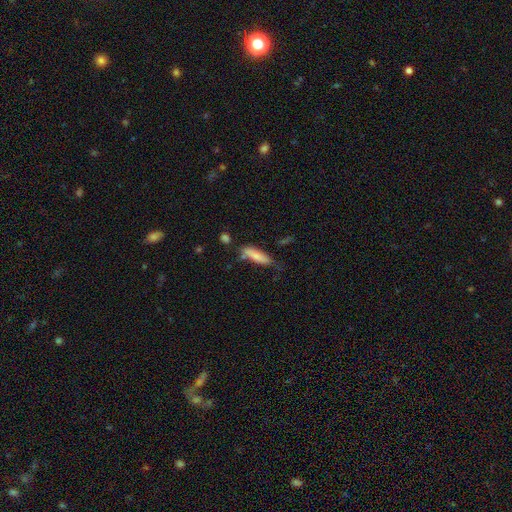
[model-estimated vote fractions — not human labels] A smooth galaxy with no disk features (79%) that is cigar-shaped (54%). Merging: none (60%).